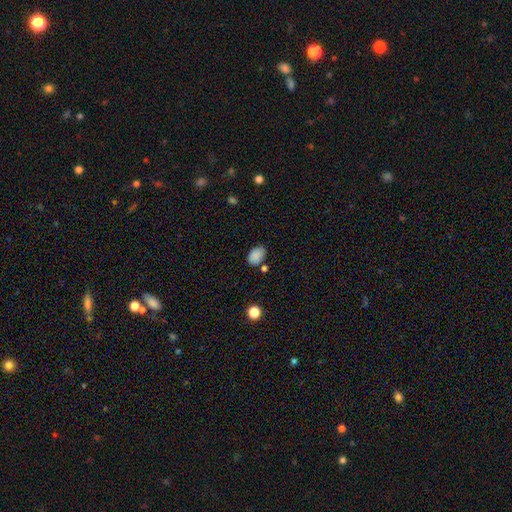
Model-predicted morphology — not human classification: smooth-or-featured: smooth: 85% | star or artifact: 10% | featured or disk: 5%
  how-rounded: in between: 82% | round: 17% | cigar-shaped: 1%
  merging: none: 71% | minor disturbance: 18% | merger: 7% | major disturbance: 4%